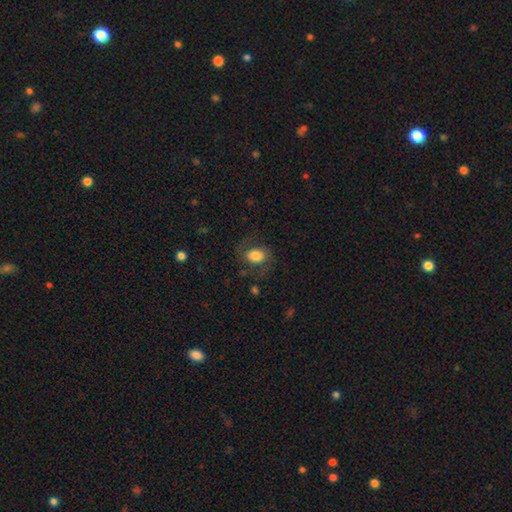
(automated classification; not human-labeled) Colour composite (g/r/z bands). It shows a smooth galaxy with no disk features (67%) that is in between round and cigar-shaped (68%). Merging: none (67%).